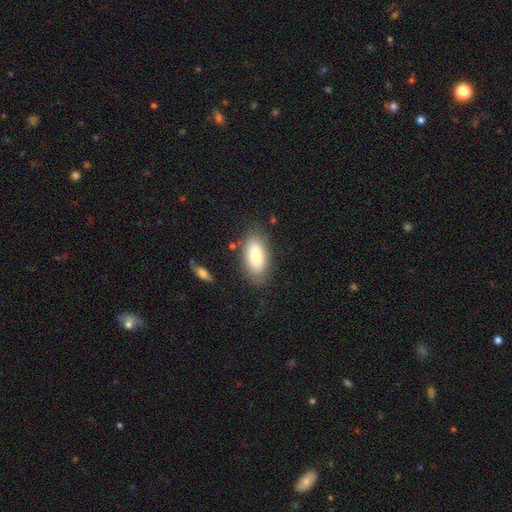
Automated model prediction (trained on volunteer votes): smooth-or-featured: smooth: 81% | featured or disk: 13% | star or artifact: 7%
  how-rounded: in between: 89% | cigar-shaped: 9% | round: 3%
  merging: none: 78% | minor disturbance: 14% | major disturbance: 4% | merger: 3%